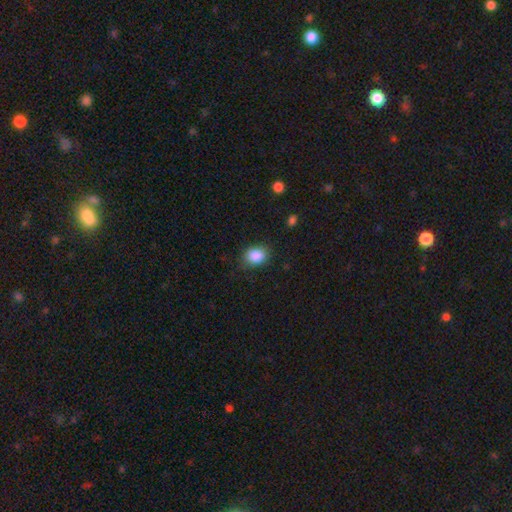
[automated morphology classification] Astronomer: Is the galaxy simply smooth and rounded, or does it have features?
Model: smooth — 87%.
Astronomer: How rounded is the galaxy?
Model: in between — 55% (runner-up: round, 44%).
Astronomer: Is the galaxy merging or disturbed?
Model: none — 79%.